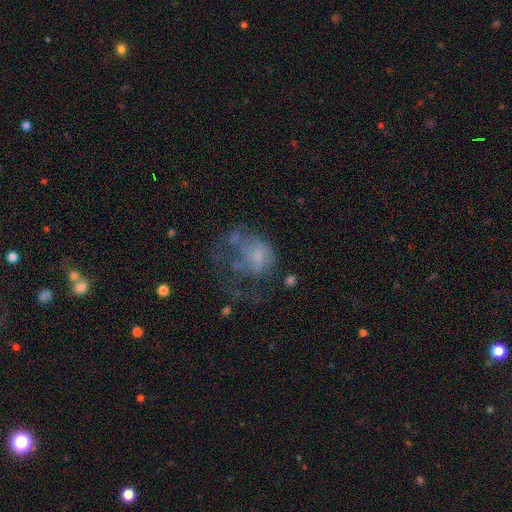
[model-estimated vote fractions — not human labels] This appears to be a featured or disk galaxy (47%). Merging: major disturbance (53%).